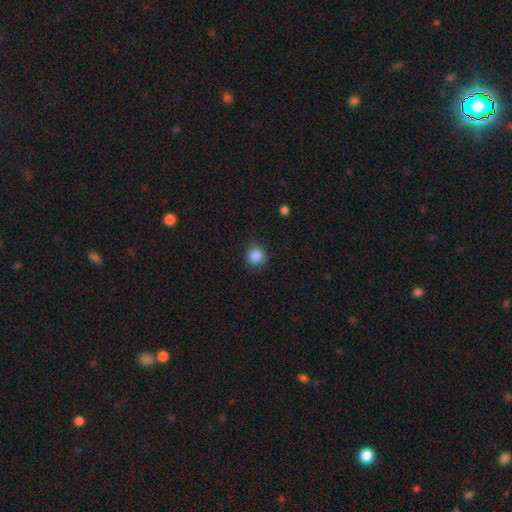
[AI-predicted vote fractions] Overall: smooth (87%). How rounded: round (92%). Merging: none (88%).